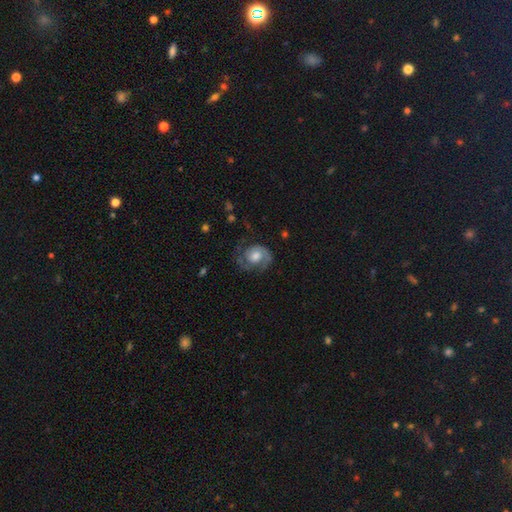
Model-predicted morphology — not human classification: Smooth or featured? Predicted: featured or disk (p=0.69). Edge-on disk? Predicted: no (p=0.98). Bar? Predicted: no (p=0.72). Spiral arms? Predicted: yes (p=0.89). Spiral winding? Predicted: tight (p=0.47). Spiral arm count? Predicted: 2 (p=0.51). Bulge size? Predicted: moderate (p=0.53). Merging? Predicted: none (p=0.58).